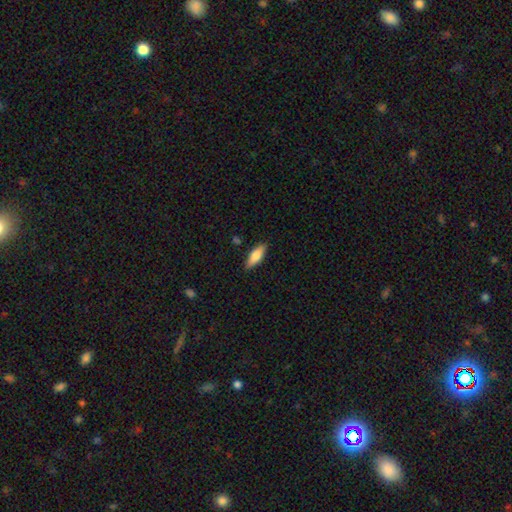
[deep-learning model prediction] Smooth or featured: smooth — 74% (featured or disk — 20%)
How rounded: in between — 57% (cigar-shaped — 40%)
Merging: none — 86% (minor disturbance — 10%)